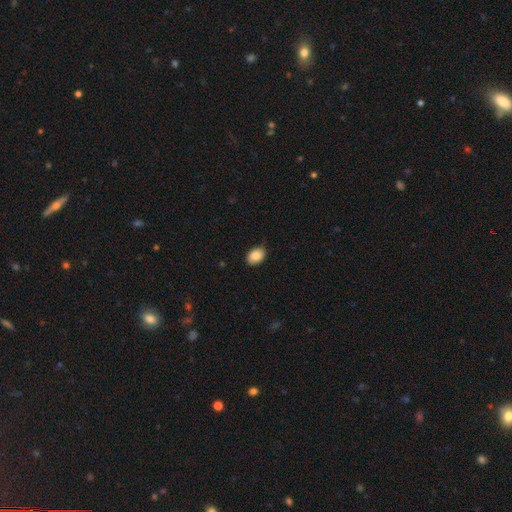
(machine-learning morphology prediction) smooth-or-featured: smooth: 87% | star or artifact: 7% | featured or disk: 5%
  how-rounded: in between: 75% | round: 24% | cigar-shaped: 1%
  merging: none: 83% | minor disturbance: 13% | major disturbance: 2% | merger: 1%